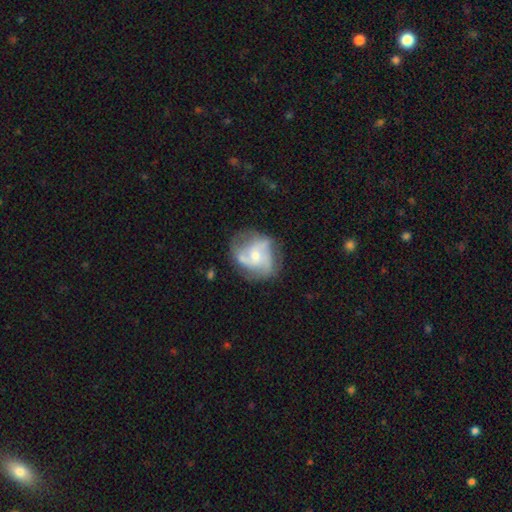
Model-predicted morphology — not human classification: Smooth or featured: featured or disk — 73% (smooth — 21%)
Edge-on disk: no — 98% (yes — 2%)
Bar: no — 69% (weak — 26%)
Spiral arms: yes — 85% (no — 15%)
Spiral winding: medium — 48% (loose — 26%)
Spiral arm count: 3 — 33% (tied with 2 — 33%)
Bulge size: moderate — 47% (small — 43%)
Merging: none — 57% (minor disturbance — 23%)